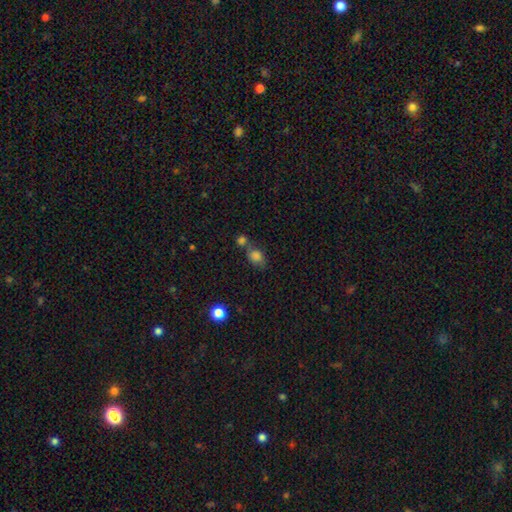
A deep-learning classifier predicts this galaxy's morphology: Overall: smooth (81%). How rounded: in between (60%; round 38%). Merging: none (44%; merger 36%).